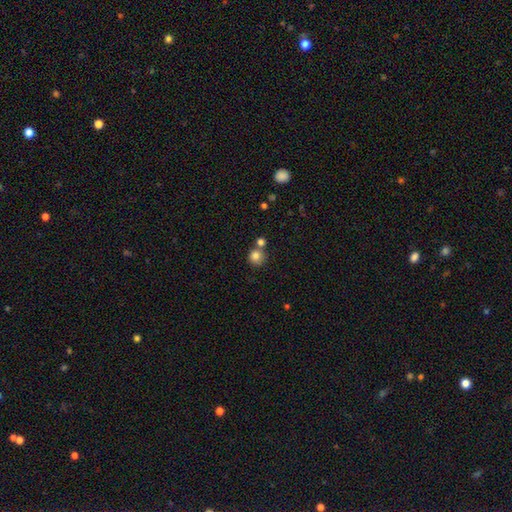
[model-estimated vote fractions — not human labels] Morphology: type=smooth (82%); roundness=round (91%); merging=none (62%).